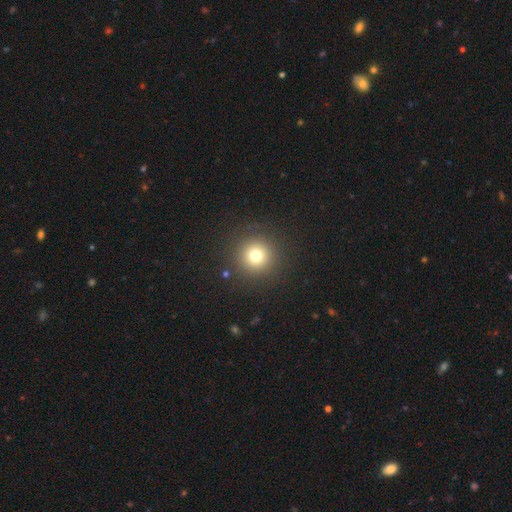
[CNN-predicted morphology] Smooth or featured?
  - smooth: 75% *
  - star or artifact: 16%
  - featured or disk: 9%
How rounded?
  - round: 96% *
  - in between: 4%
  - cigar-shaped: 1%
Merging?
  - none: 91% *
  - minor disturbance: 5%
  - major disturbance: 3%
  - merger: 1%